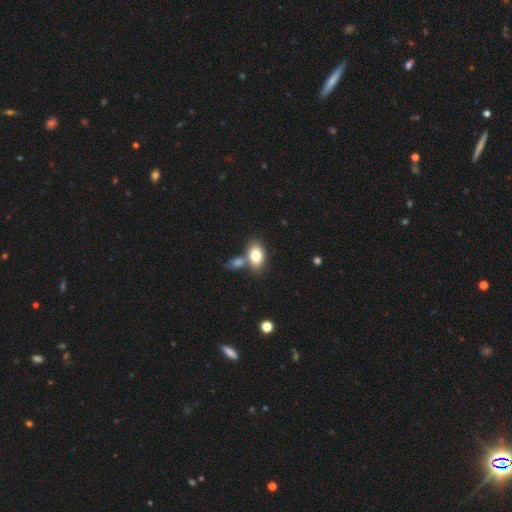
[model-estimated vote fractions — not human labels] Smooth or featured? Predicted: smooth (p=0.80). How rounded? Predicted: in between (p=0.88). Merging? Predicted: none (p=0.53).